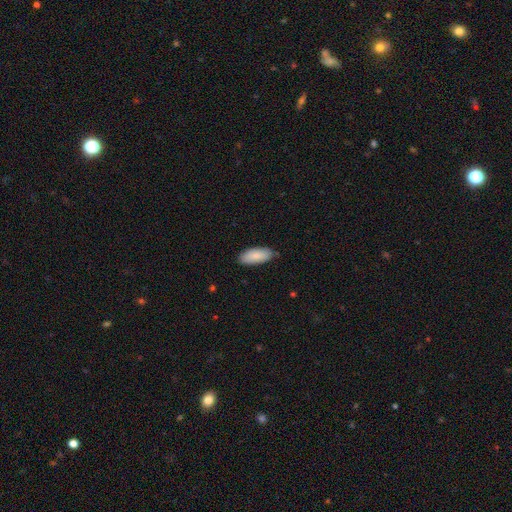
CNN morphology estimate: smooth_or_featured: smooth (p=0.88) [alt: featured or disk p=0.07]
how_rounded: in between (p=0.85) [alt: cigar-shaped p=0.14]
merging: none (p=0.82) [alt: minor disturbance p=0.15]